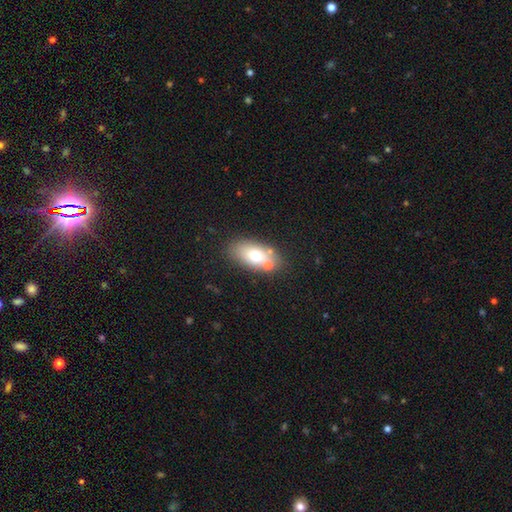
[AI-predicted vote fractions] Overall: smooth (67%). How rounded: in between (88%). Merging: none (65%).